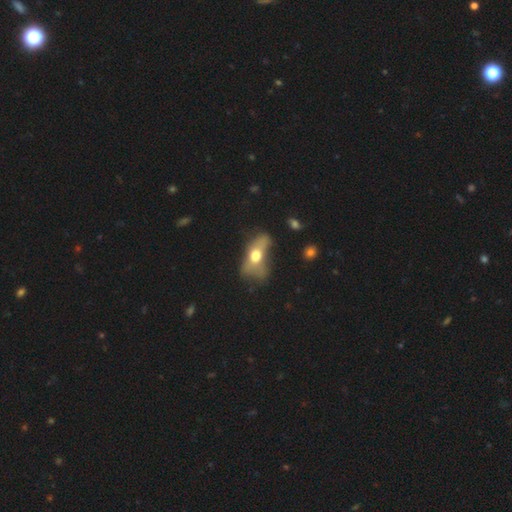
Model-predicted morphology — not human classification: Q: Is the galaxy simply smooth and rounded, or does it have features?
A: smooth — 54%.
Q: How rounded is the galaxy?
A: in between — 77%.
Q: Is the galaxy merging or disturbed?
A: major disturbance — 40%.